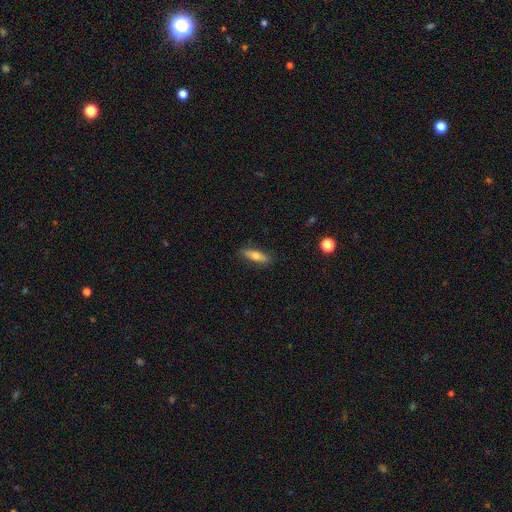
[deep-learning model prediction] Q: Smooth or featured?
A: smooth (67%); runner-up: featured or disk (26%)
Q: How rounded?
A: cigar-shaped (52%); runner-up: in between (46%)
Q: Merging?
A: none (85%); runner-up: minor disturbance (11%)